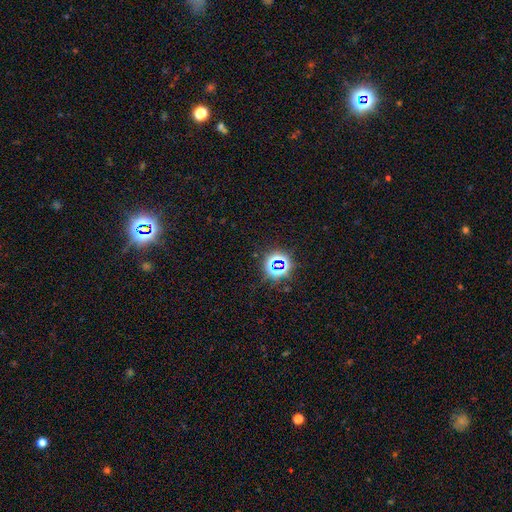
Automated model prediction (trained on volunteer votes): Smooth or featured? Predicted: star or artifact (p=0.75).